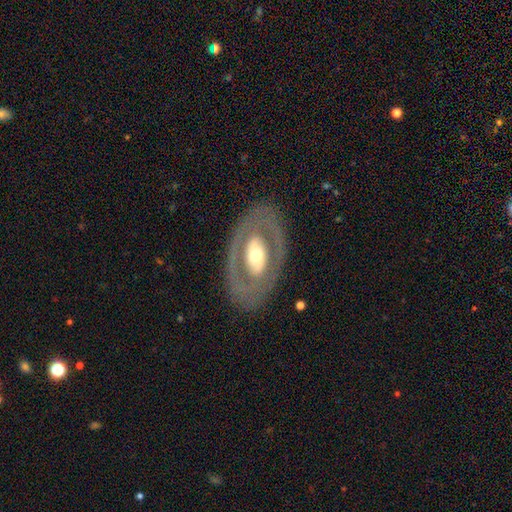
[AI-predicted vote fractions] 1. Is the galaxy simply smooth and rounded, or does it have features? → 68% featured or disk, 27% smooth, 5% star or artifact.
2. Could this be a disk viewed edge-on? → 90% no, 10% yes.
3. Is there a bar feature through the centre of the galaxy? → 57% no, 21% strong, 21% weak.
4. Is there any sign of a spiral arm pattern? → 77% no, 23% yes.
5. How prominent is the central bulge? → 58% moderate, 21% small, 18% large, 2% dominant, 1% none.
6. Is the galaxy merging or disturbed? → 81% none, 11% minor disturbance, 7% major disturbance, 1% merger.